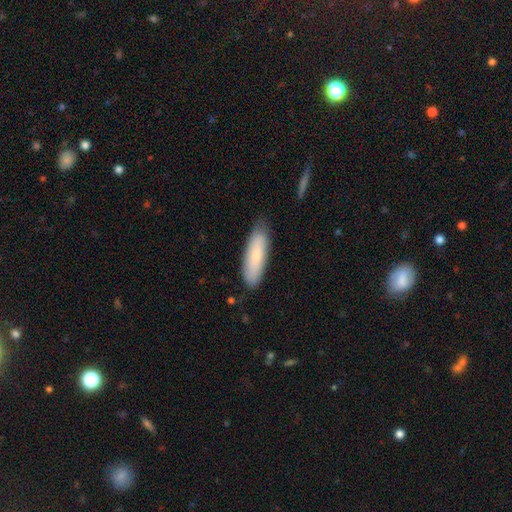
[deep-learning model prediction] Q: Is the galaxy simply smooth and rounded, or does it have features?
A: smooth — 78%.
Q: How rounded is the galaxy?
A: cigar-shaped — 53%.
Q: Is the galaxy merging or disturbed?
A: none — 79%.